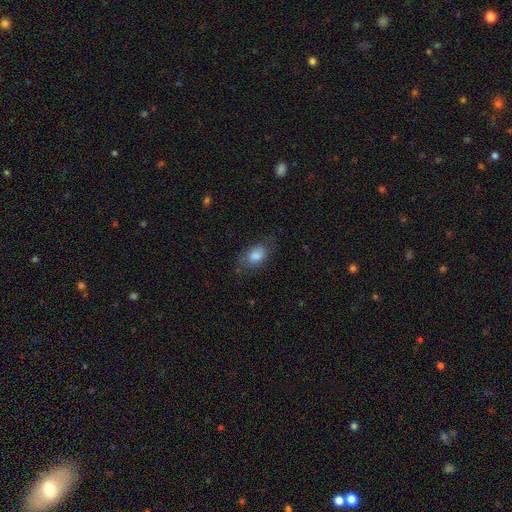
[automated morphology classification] This appears to be a smooth galaxy with no disk features (81%) that is in between round and cigar-shaped (85%). Merging: none (68%).